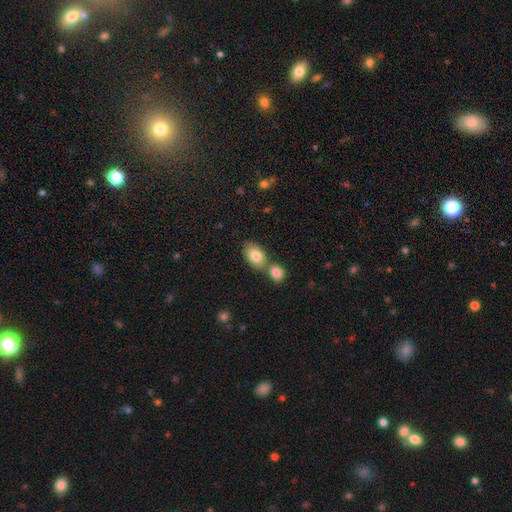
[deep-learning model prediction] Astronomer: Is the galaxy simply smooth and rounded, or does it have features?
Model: smooth — 80%.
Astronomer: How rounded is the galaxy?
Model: in between — 91%.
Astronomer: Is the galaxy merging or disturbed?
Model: none — 51% (runner-up: merger, 36%).